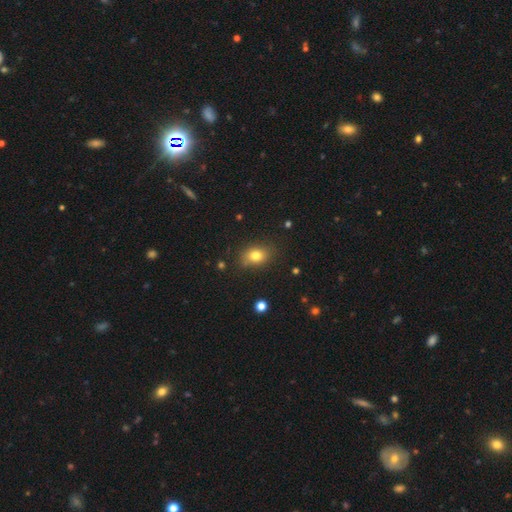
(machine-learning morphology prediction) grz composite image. It shows a smooth galaxy with no disk features (79%) that is in between round and cigar-shaped (64%). Merging: none (80%).